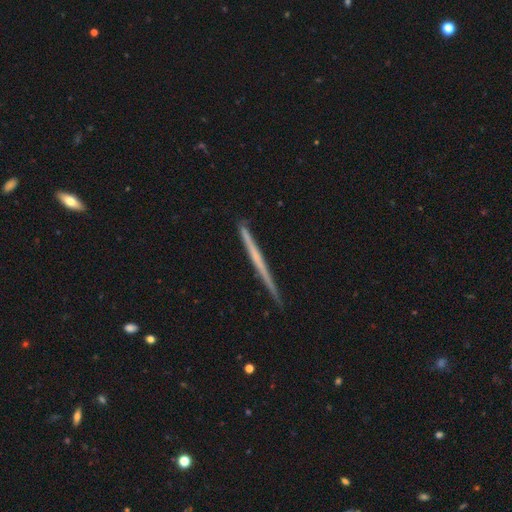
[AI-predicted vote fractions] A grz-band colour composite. It shows a featured or disk galaxy (59%) viewed edge-on (98%) with no central bulge (88%). Merging: none (89%).